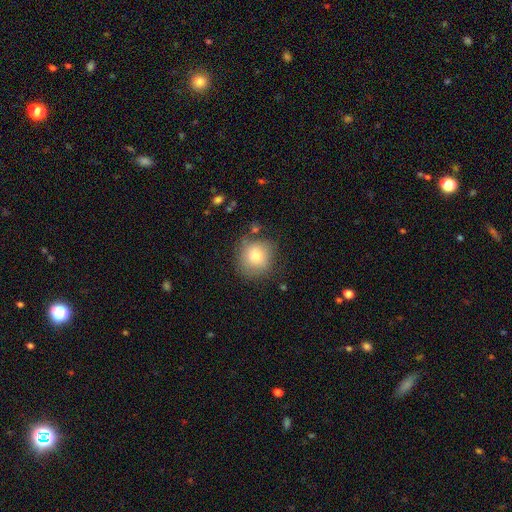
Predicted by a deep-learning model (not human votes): This is likely a smooth galaxy (79%). How rounded: clearly round (86%). Merging: likely none (73%).